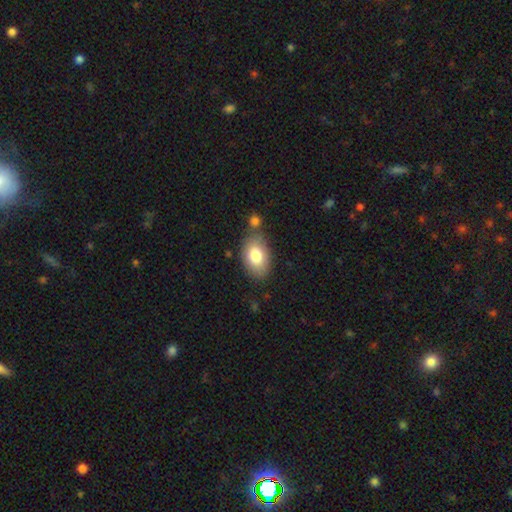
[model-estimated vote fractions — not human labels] smooth-or-featured: smooth: 80% | featured or disk: 13% | star or artifact: 7%
  how-rounded: in between: 90% | round: 9% | cigar-shaped: 1%
  merging: none: 67% | minor disturbance: 16% | merger: 13% | major disturbance: 4%